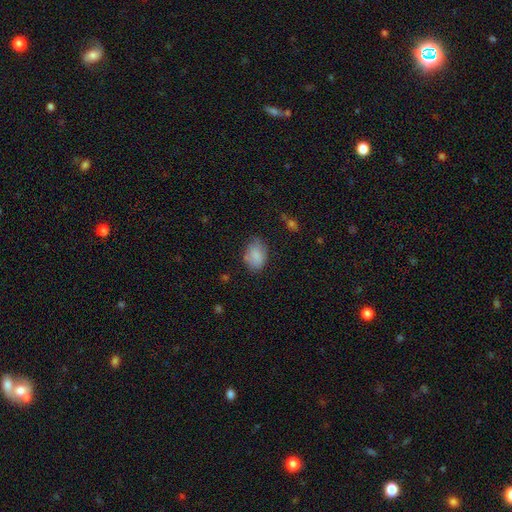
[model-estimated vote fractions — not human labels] A smooth galaxy with no disk features (81%) that is in between round and cigar-shaped (77%).

Vote fractions:
- Smooth or featured? smooth: 81% / featured or disk: 11% / star or artifact: 8%
- How rounded? in between: 77% / round: 22% / cigar-shaped: 1%
- Merging? none: 61% / minor disturbance: 29% / major disturbance: 7% / merger: 3%